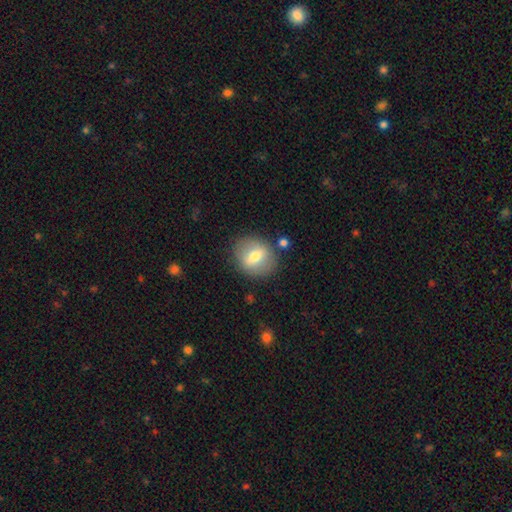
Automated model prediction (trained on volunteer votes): Overall: smooth (59%; featured or disk 33%). How rounded: round (72%). Merging: none (83%).